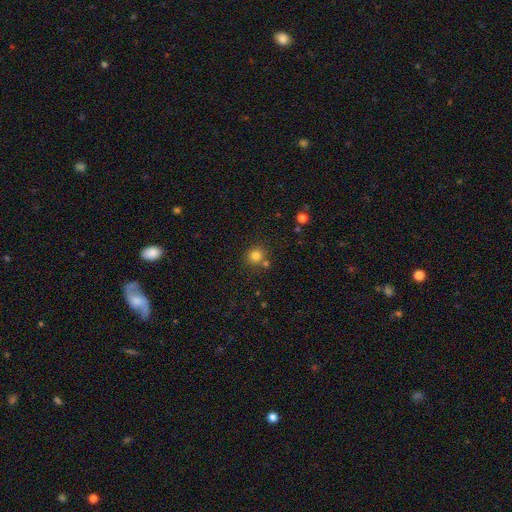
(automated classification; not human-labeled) Smooth or featured: smooth — 81% (star or artifact — 13%)
How rounded: round — 90% (in between — 9%)
Merging: none — 75% (merger — 14%)